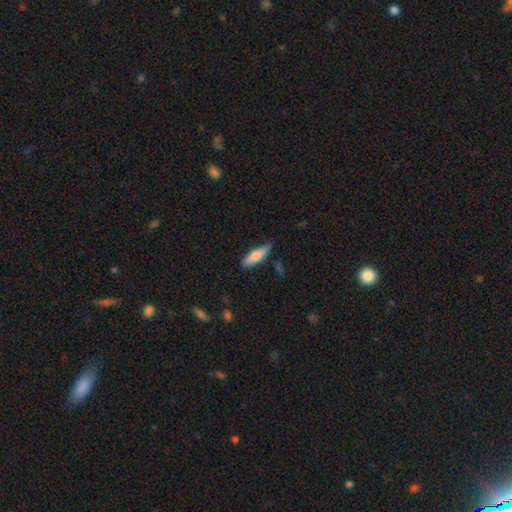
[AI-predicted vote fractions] A smooth galaxy with no disk features (73%) that is cigar-shaped (61%). Merging: none (74%).